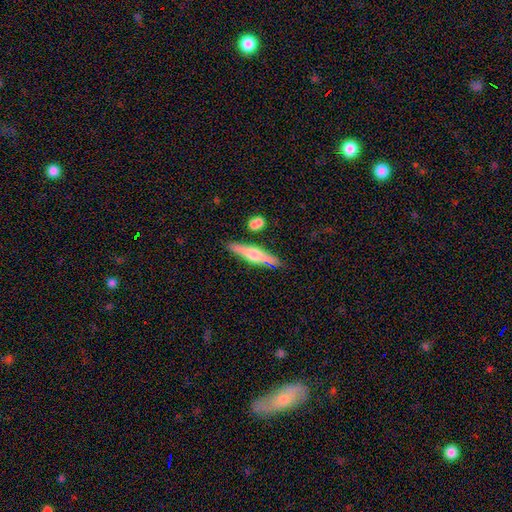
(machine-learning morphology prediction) Overall: featured or disk (57%; smooth 36%). Edge-on disk: yes (95%). Edge-on bulge: rounded (84%). Merging: none (86%).